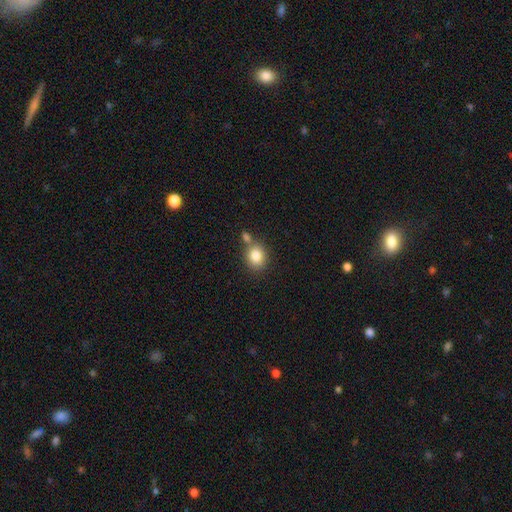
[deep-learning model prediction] smooth_or_featured: smooth (p=0.83) [alt: star or artifact p=0.09]
how_rounded: round (p=0.65) [alt: in between p=0.34]
merging: none (p=0.61) [alt: merger p=0.24]